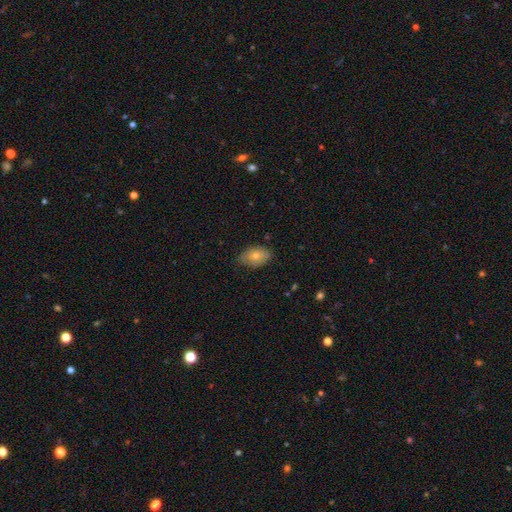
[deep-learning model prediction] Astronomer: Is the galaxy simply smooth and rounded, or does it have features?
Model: smooth — 69%.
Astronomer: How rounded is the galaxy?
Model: in between — 86%.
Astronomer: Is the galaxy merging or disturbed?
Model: none — 72%.